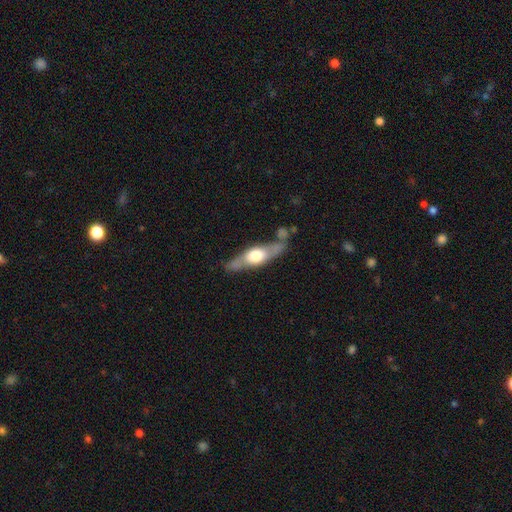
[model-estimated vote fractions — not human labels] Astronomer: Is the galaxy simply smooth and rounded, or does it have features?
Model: featured or disk — 59% (runner-up: smooth, 36%).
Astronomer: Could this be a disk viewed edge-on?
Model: yes — 80%.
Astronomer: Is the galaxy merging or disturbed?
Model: none — 62%.